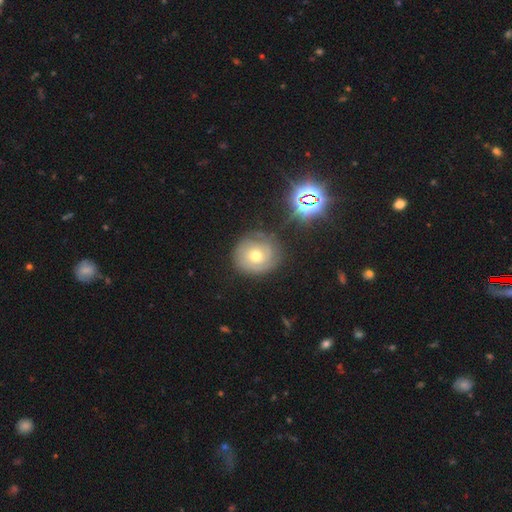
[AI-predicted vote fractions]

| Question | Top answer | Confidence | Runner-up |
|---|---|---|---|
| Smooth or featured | featured or disk | 59% | smooth (28%) |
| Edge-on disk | no | 96% | yes (4%) |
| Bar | no | 82% | weak (14%) |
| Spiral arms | yes | 81% | no (19%) |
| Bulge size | moderate | 69% | small (26%) |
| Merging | none | 76% | minor disturbance (16%) |